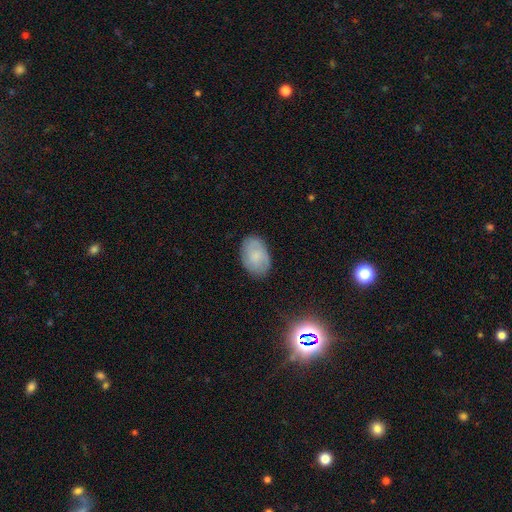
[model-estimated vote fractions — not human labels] This is likely a smooth galaxy (68%). How rounded: clearly in between (87%). Merging: likely none (79%).